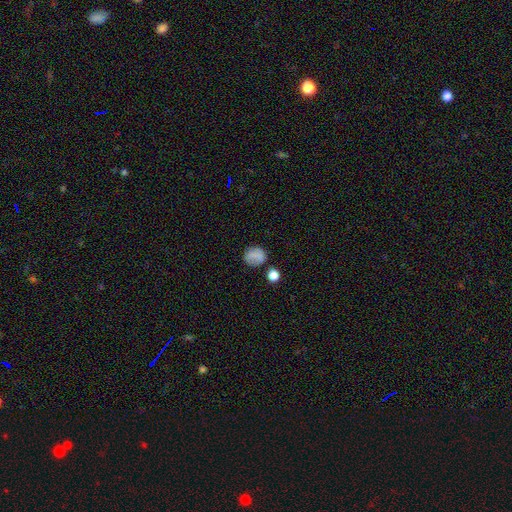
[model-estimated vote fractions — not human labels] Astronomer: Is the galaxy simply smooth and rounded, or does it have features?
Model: smooth — 79%.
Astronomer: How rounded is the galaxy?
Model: round — 72%.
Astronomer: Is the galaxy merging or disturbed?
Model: none — 69%.